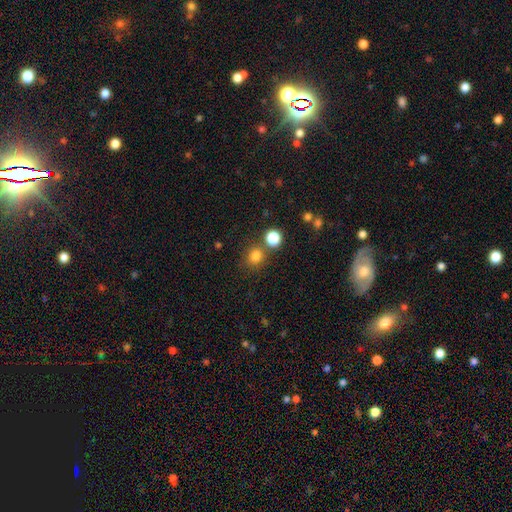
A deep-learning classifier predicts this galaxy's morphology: Smooth or featured?
  - smooth: 80% *
  - star or artifact: 15%
  - featured or disk: 5%
How rounded?
  - round: 80% *
  - in between: 19%
  - cigar-shaped: 1%
Merging?
  - none: 74% *
  - merger: 13%
  - minor disturbance: 9%
  - major disturbance: 4%